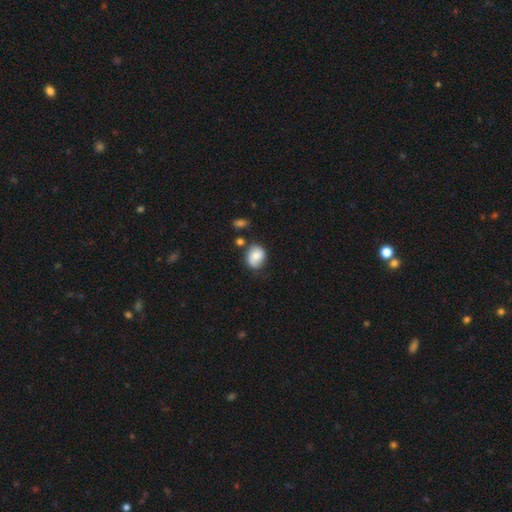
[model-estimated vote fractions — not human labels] smooth 72%, featured or disk 20%, star or artifact 8%. Down the decision tree: how rounded — in between (50%); merging — none (64%).